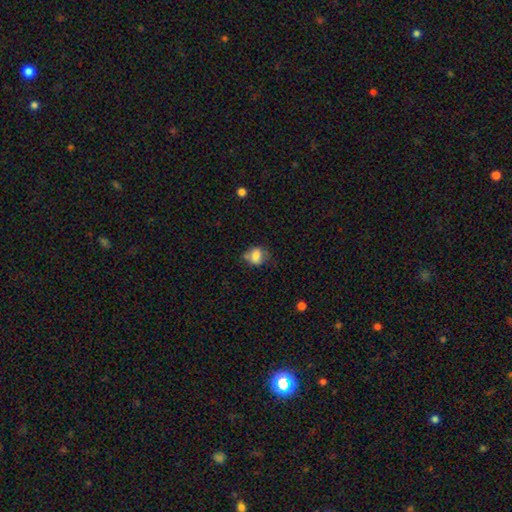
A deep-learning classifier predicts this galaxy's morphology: smooth_or_featured: smooth (p=0.74) [alt: featured or disk p=0.16]
how_rounded: round (p=0.56) [alt: in between p=0.42]
merging: none (p=0.53) [alt: minor disturbance p=0.25]